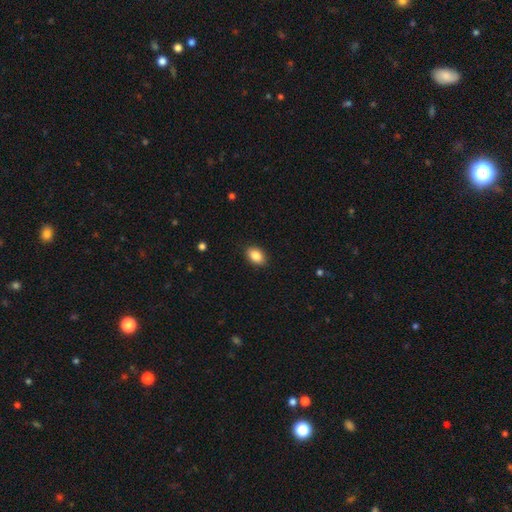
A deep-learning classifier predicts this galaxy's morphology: A smooth galaxy with no disk features (87%) that is in between round and cigar-shaped (87%). Merging: none (89%).